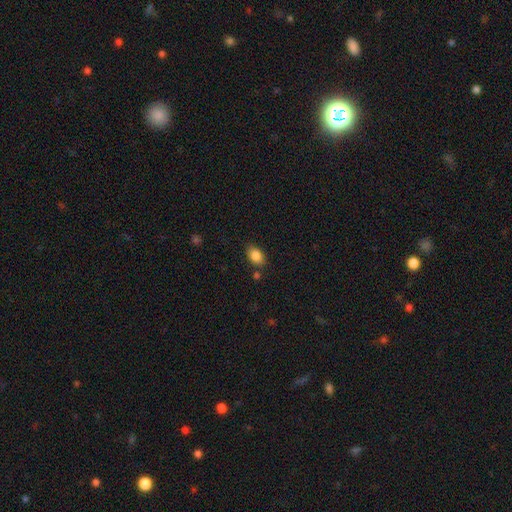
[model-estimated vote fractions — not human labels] A smooth galaxy with no disk features (86%) that is in between round and cigar-shaped (85%).

Vote fractions:
- Smooth or featured? smooth: 86% / star or artifact: 8% / featured or disk: 6%
- How rounded? in between: 85% / round: 14% / cigar-shaped: 2%
- Merging? none: 77% / minor disturbance: 14% / merger: 5% / major disturbance: 3%